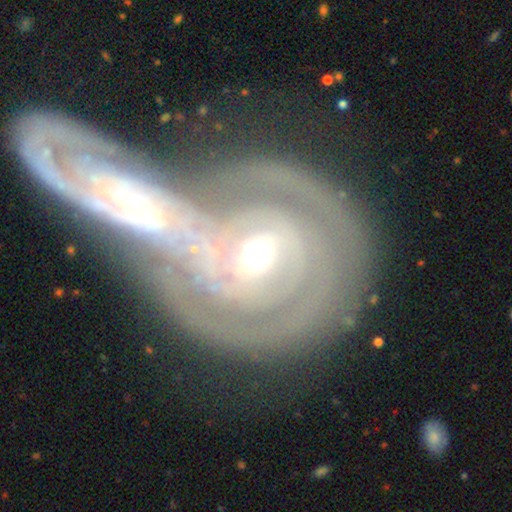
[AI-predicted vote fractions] Overall: featured or disk (85%). Edge-on disk: no (94%). Bar: no (43%; weak 35%). Spiral arms: yes (89%). Spiral arm count: can't tell (42%; 2 27%). Spiral winding: tight (80%). Bulge size: small (51%; moderate 45%). Merging: merger (67%).